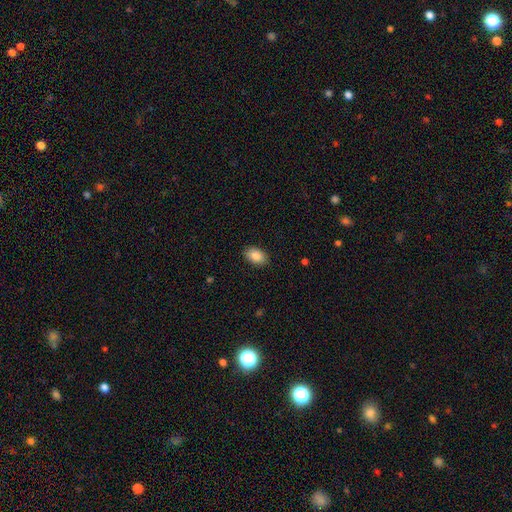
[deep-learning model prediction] Overall: smooth (86%). How rounded: in between (90%). Merging: none (89%).